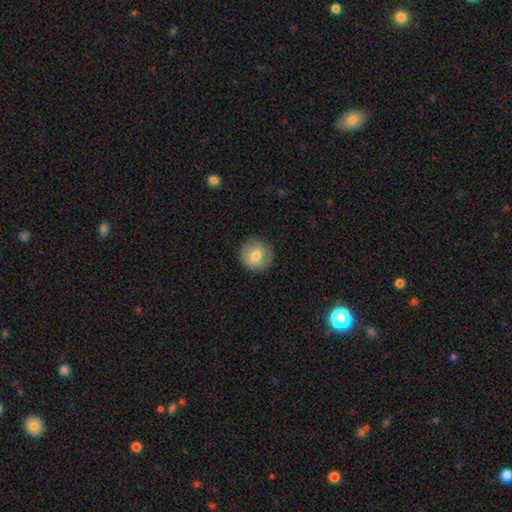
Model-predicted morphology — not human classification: This is likely a smooth galaxy (73%). How rounded: clearly round (94%). Merging: clearly none (85%).